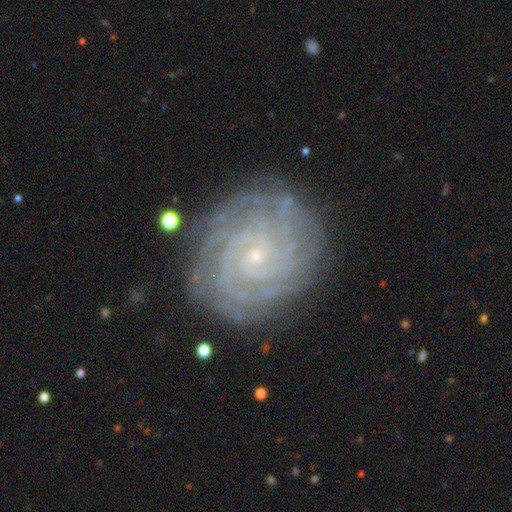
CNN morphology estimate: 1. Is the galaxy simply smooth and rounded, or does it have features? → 89% featured or disk, 6% star or artifact, 5% smooth.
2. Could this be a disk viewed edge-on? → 98% no, 2% yes.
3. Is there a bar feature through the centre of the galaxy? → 69% no, 23% weak, 9% strong.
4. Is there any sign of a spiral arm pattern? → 98% yes, 2% no.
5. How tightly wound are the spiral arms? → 88% tight, 10% medium, 2% loose.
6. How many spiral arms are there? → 24% 4, 19% can't tell, 18% more than 4, 16% 3, 15% 2, 9% 1.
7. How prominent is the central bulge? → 89% small, 7% moderate, 2% none, 1% large, 1% dominant.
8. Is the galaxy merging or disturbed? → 84% none, 12% minor disturbance, 3% major disturbance, 1% merger.